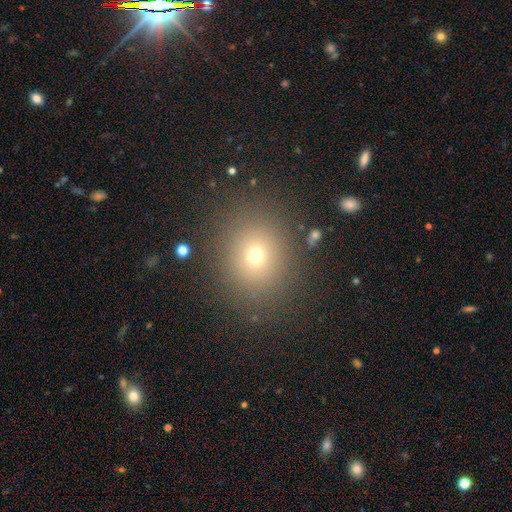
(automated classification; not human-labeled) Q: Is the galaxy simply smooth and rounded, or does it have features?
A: smooth — 68%.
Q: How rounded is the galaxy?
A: round — 73%.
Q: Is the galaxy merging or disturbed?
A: none — 86%.